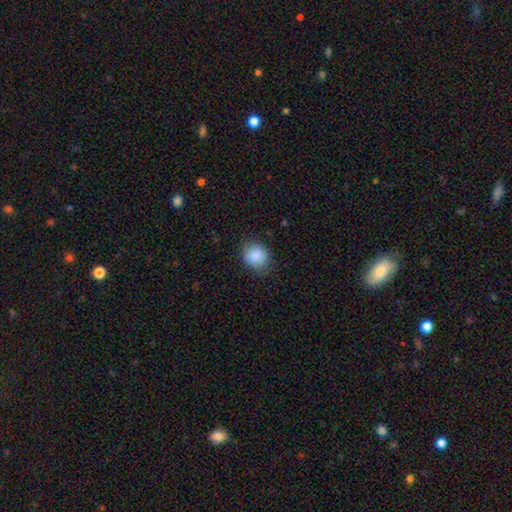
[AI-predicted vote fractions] Overall: smooth (88%). How rounded: round (73%). Merging: none (79%).